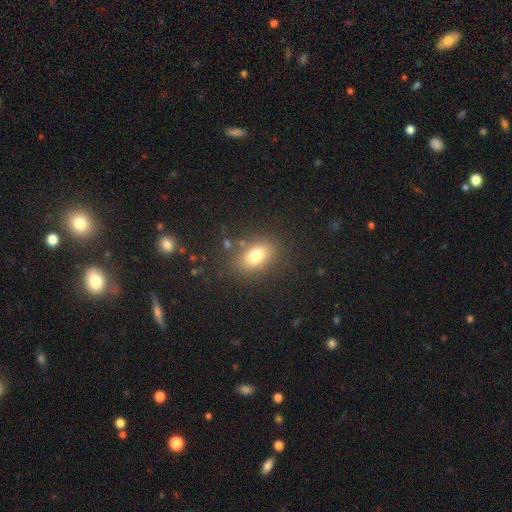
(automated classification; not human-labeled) A smooth galaxy with no disk features (76%) that is in between round and cigar-shaped (79%). Merging: none (81%).